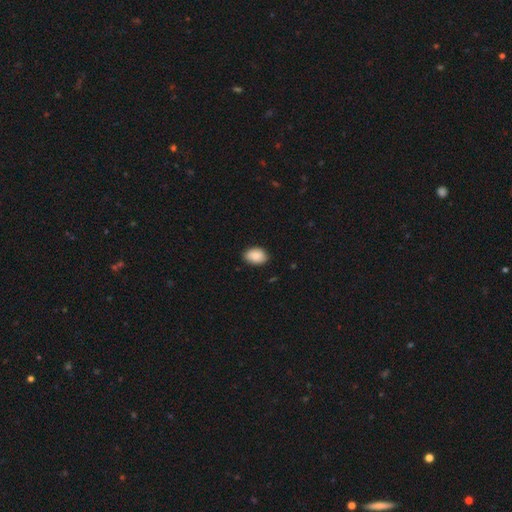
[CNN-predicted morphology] smooth_or_featured: smooth (p=0.86) [alt: featured or disk p=0.07]
how_rounded: in between (p=0.83) [alt: round p=0.16]
merging: none (p=0.83) [alt: minor disturbance p=0.14]